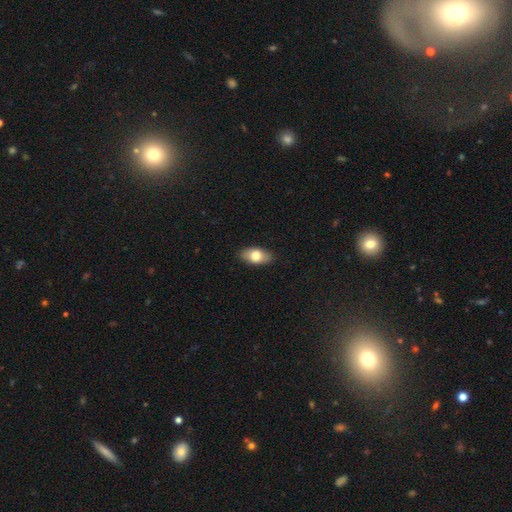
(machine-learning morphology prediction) Smooth or featured? smooth (77%)
How rounded? in between (92%)
Merging? none (87%)